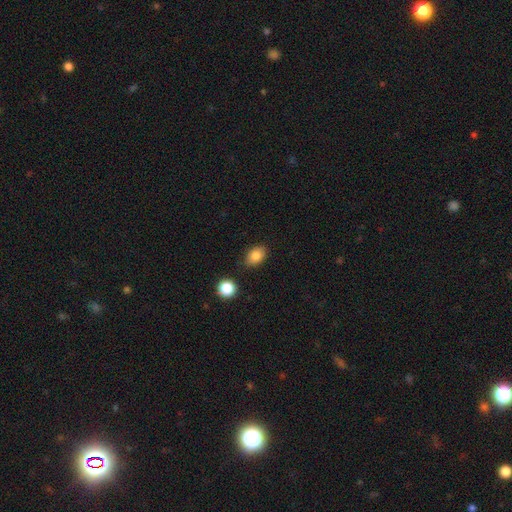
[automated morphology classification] Smooth or featured?
  - smooth: 84% *
  - star or artifact: 9%
  - featured or disk: 7%
How rounded?
  - in between: 79% *
  - round: 20%
  - cigar-shaped: 1%
Merging?
  - none: 82% *
  - minor disturbance: 12%
  - merger: 3%
  - major disturbance: 3%